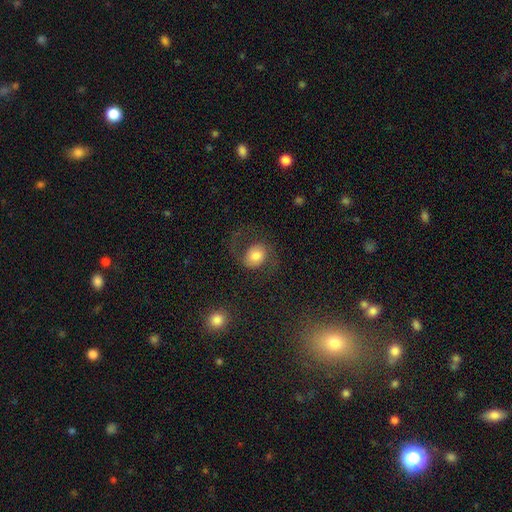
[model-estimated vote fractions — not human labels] Overall: featured or disk (50%; smooth 39%). Edge-on disk: no (97%). Merging: none (64%).